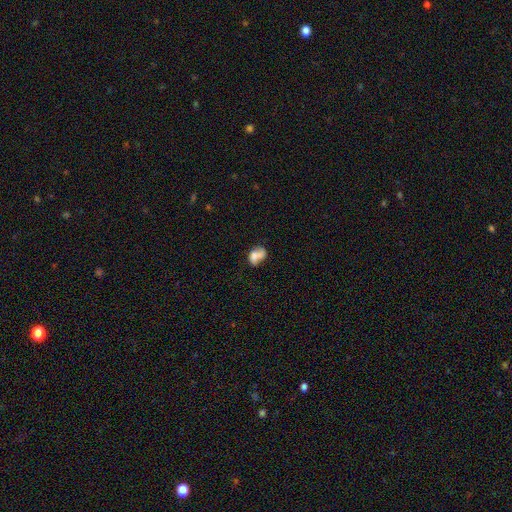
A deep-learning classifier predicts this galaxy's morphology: smooth_or_featured: smooth (p=0.63) [alt: featured or disk p=0.27]
how_rounded: in between (p=0.75) [alt: round p=0.23]
merging: merger (p=0.41) [alt: none p=0.26]